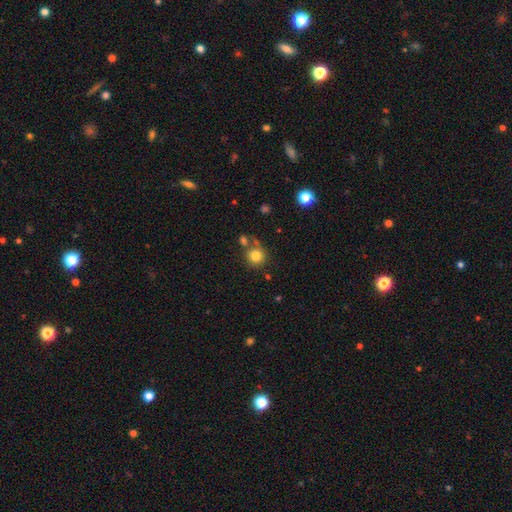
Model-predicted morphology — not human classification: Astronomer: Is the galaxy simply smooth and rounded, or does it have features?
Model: smooth — 81%.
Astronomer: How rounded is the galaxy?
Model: round — 90%.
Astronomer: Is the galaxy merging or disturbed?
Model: none — 66%.